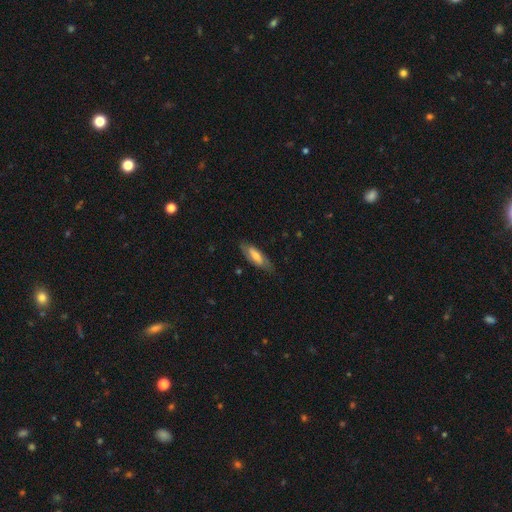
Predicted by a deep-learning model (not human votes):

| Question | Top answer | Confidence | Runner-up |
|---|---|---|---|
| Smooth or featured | smooth | 54% | featured or disk (39%) |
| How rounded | in between | 55% | cigar-shaped (43%) |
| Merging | none | 76% | minor disturbance (18%) |